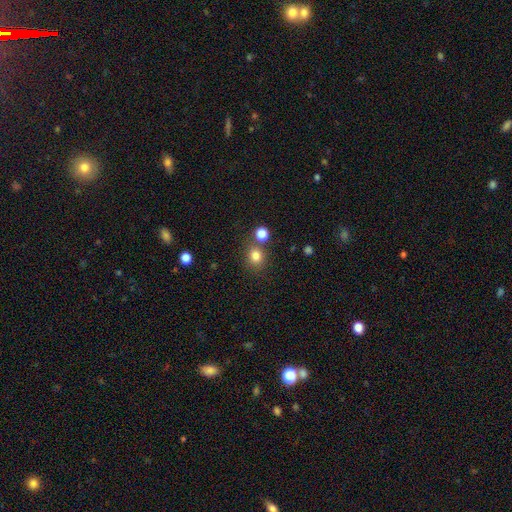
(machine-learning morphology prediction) type=smooth (81%); roundness=round (78%); merging=none (70%).